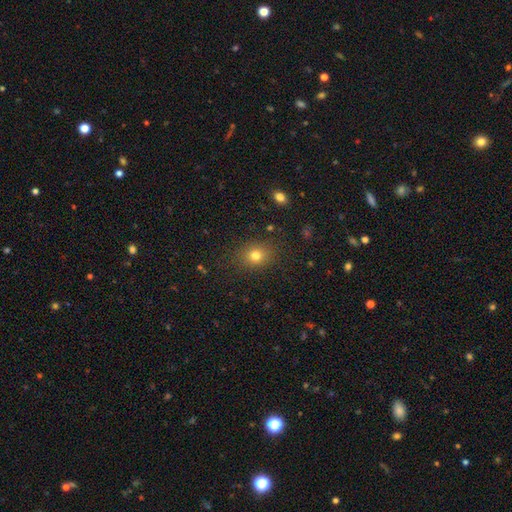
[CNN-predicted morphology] smooth-or-featured: smooth: 77% | star or artifact: 15% | featured or disk: 8%
  how-rounded: round: 66% | in between: 33% | cigar-shaped: 1%
  merging: none: 86% | minor disturbance: 9% | major disturbance: 4% | merger: 1%